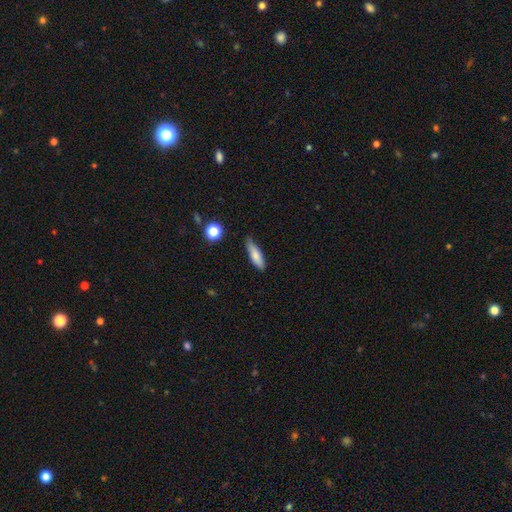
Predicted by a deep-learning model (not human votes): This is clearly a smooth galaxy (80%). How rounded: possibly cigar-shaped (55%). Merging: likely none (69%).